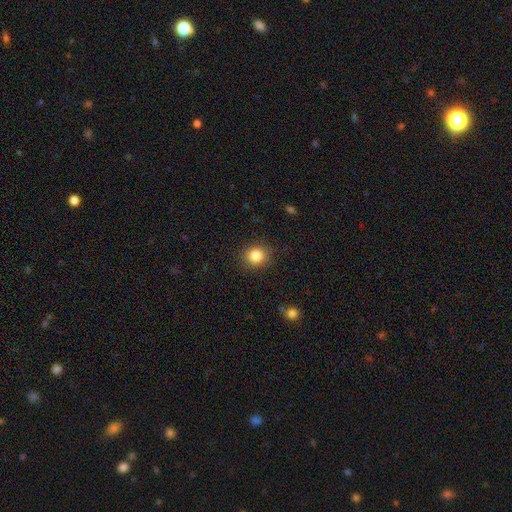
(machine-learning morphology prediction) Overall: smooth (84%). How rounded: round (82%). Merging: none (88%).